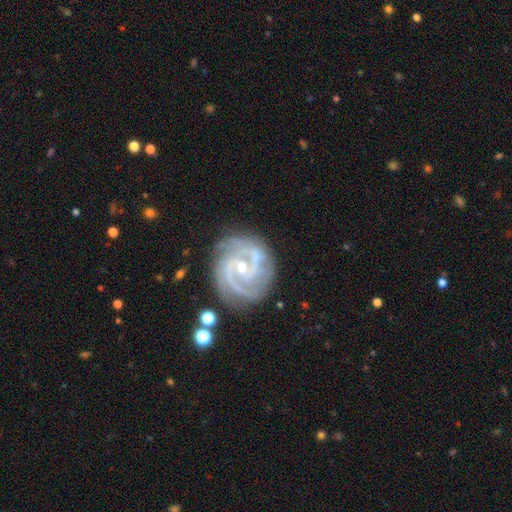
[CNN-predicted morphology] Smooth or featured? Predicted: featured or disk (p=0.90). Edge-on disk? Predicted: no (p=0.98). Bar? Predicted: weak (p=0.46). Spiral arms? Predicted: yes (p=0.97). Spiral winding? Predicted: tight (p=0.51). Spiral arm count? Predicted: 2 (p=0.56). Bulge size? Predicted: moderate (p=0.52). Merging? Predicted: none (p=0.74).